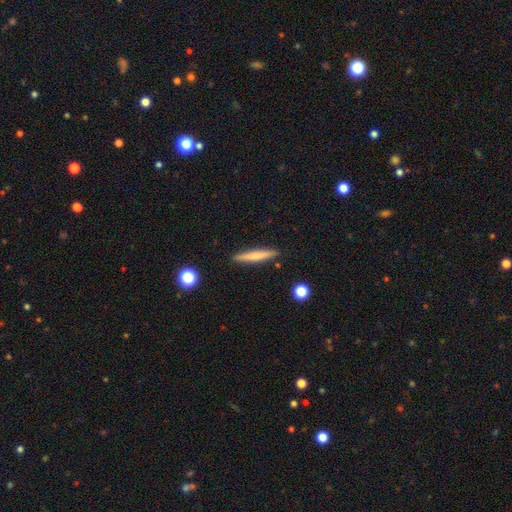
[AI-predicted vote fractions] smooth 62%, featured or disk 32%, star or artifact 6%. Down the decision tree: how rounded — cigar-shaped (93%); merging — none (90%).